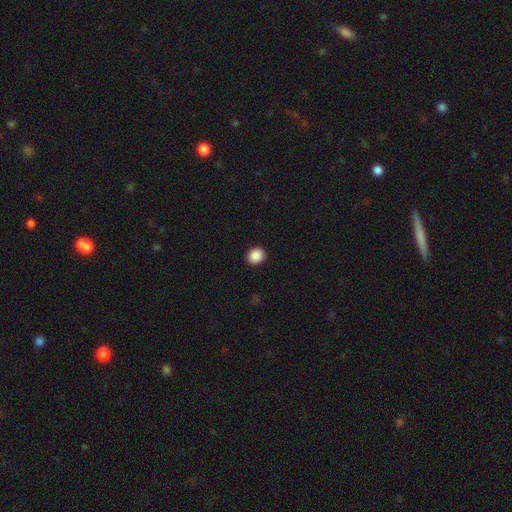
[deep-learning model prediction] The model was most divided on "how rounded": round: 76%, in between: 23%, cigar-shaped: 1%. More confident: merging — none (92%); smooth or featured — smooth (89%).